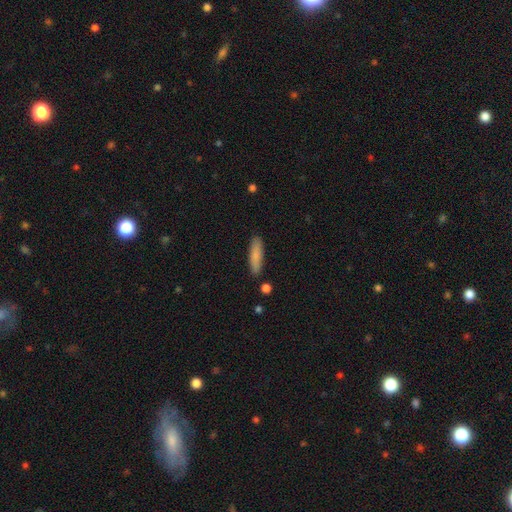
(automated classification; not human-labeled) smooth 84%, featured or disk 10%, star or artifact 6%. Down the decision tree: how rounded — cigar-shaped (71%); merging — none (87%).